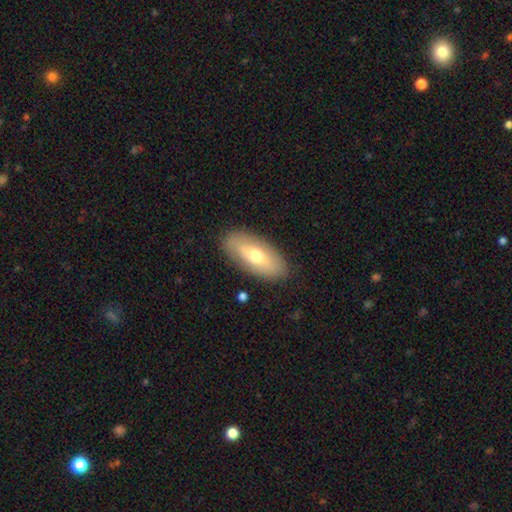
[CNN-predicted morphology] A smooth galaxy with no disk features (59%) that is in between round and cigar-shaped (88%). Merging: none (86%).